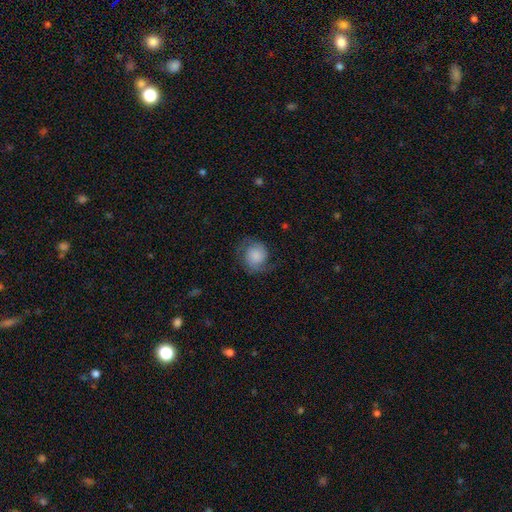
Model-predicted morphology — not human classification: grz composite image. It shows a featured or disk galaxy (53%) with no bar (76%), spiral arms (92%) and no central bulge (32%). Merging: none (72%).